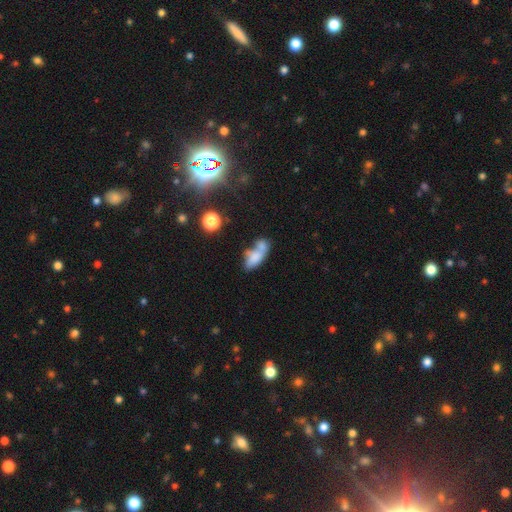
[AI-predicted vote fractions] This appears to be a smooth galaxy with no disk features (70%) that is in between round and cigar-shaped (80%). Merging: merger (55%).